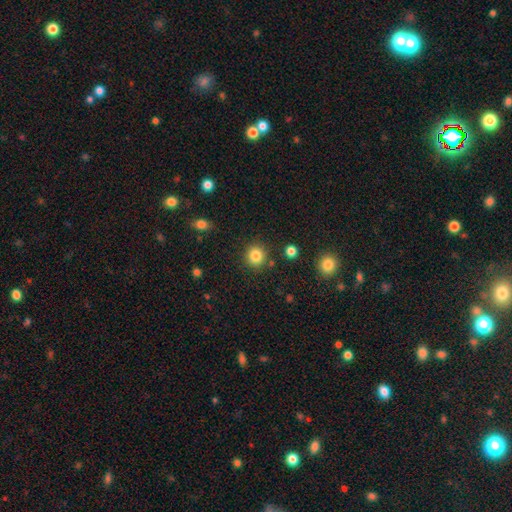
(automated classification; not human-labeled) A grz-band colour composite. It shows a smooth galaxy with no disk features (85%) that is round (91%). Merging: none (88%).